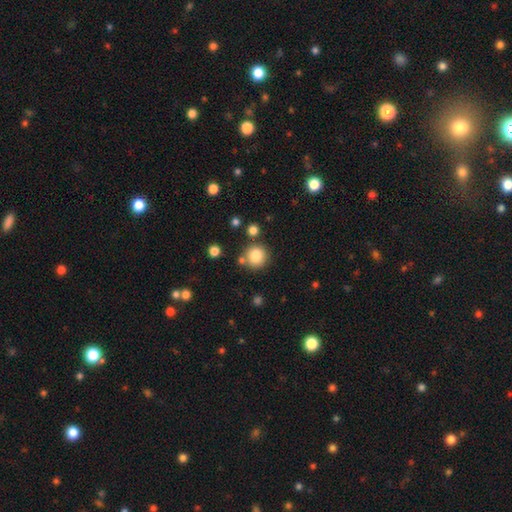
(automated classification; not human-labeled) Morphology: type=smooth (84%); roundness=round (88%); merging=none (74%).